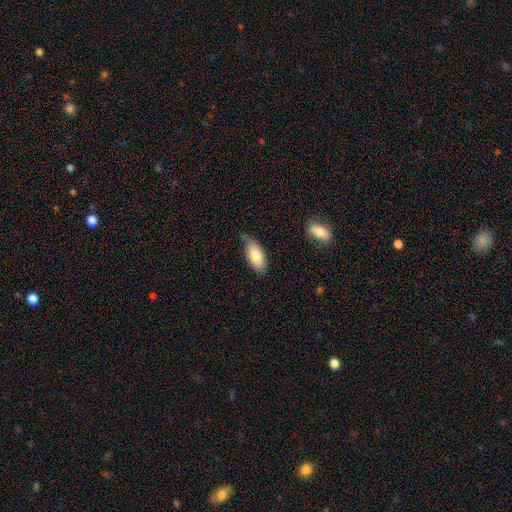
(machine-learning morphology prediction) smooth 83%, featured or disk 10%, star or artifact 6%. Down the decision tree: how rounded — in between (91%); merging — none (59%).